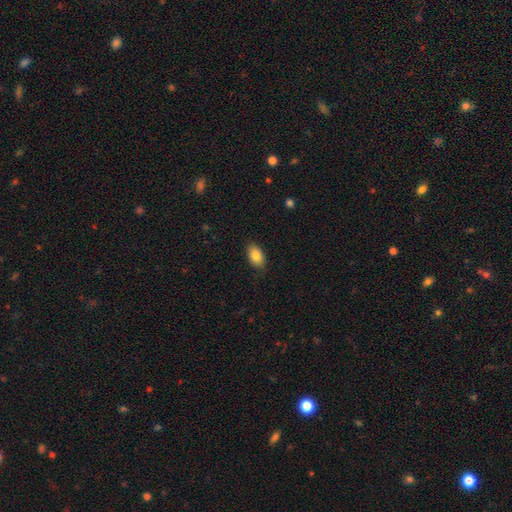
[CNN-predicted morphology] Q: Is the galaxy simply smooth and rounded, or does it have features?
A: smooth — 85%.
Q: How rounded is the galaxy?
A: in between — 91%.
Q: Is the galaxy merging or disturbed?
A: none — 85%.